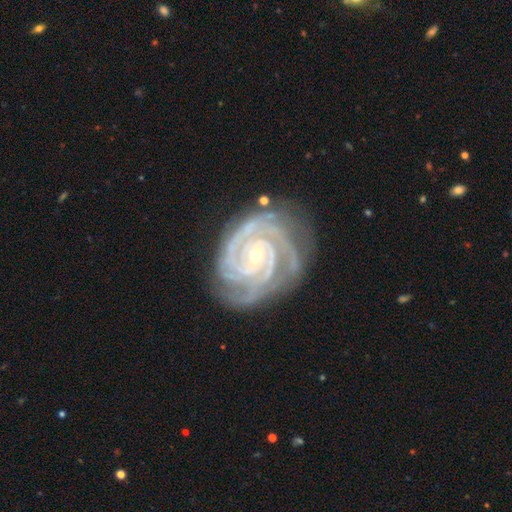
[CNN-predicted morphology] Smooth or featured?
  - featured or disk: 93% *
  - star or artifact: 4%
  - smooth: 3%
Edge-on disk?
  - no: 98% *
  - yes: 2%
Bar?
  - no: 59% *
  - weak: 27%
  - strong: 14%
Spiral arms?
  - yes: 99% *
  - no: 1%
Spiral winding?
  - tight: 81% *
  - medium: 18%
  - loose: 2%
Spiral arm count?
  - 3: 37% *
  - 2: 21%
  - 4: 20%
  - can't tell: 10%
  - more than 4: 7%
  - 1: 6%
Bulge size?
  - small: 77% *
  - moderate: 20%
  - none: 1%
  - large: 1%
  - dominant: 1%
Merging?
  - none: 76% *
  - minor disturbance: 18%
  - major disturbance: 5%
  - merger: 2%